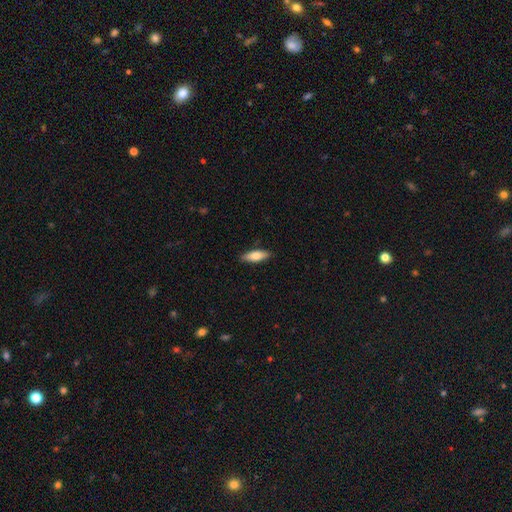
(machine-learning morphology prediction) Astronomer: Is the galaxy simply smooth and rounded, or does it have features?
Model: smooth — 74%.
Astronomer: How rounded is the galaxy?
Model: in between — 62%.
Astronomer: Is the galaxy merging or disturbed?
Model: none — 87%.